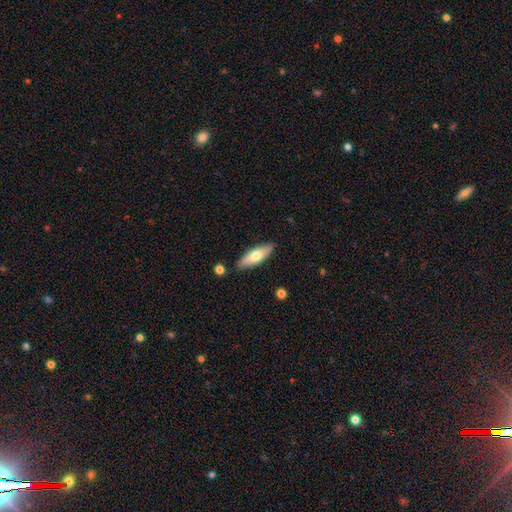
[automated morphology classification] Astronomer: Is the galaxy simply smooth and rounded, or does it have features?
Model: smooth — 63%.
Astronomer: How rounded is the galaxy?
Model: in between — 54% (runner-up: cigar-shaped, 44%).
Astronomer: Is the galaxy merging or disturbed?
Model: none — 86%.